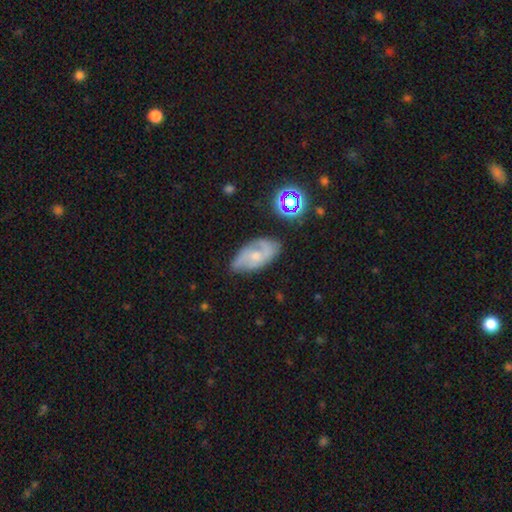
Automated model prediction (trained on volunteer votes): featured or disk 59%, smooth 31%, star or artifact 10%. Down the decision tree: edge-on disk — no (93%); bar — no (65%); spiral arms — yes (84%); bulge size — small (51%); merging — none (61%).